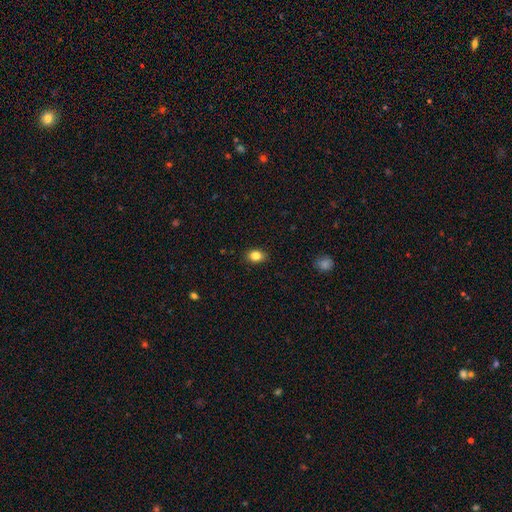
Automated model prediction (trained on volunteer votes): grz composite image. It shows a smooth galaxy with no disk features (84%) that is in between round and cigar-shaped (60%). Merging: none (87%).